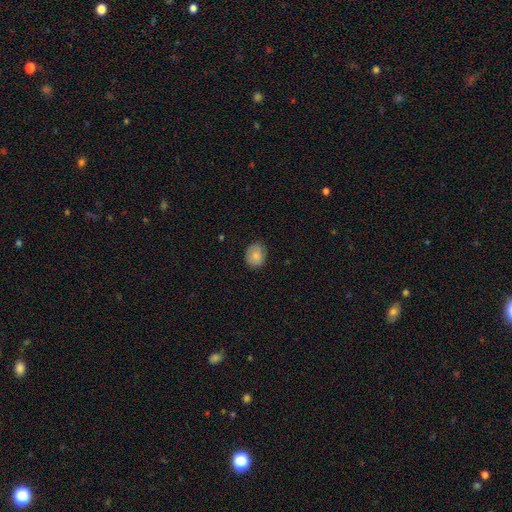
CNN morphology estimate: Smooth or featured: smooth — 84% (featured or disk — 8%)
How rounded: round — 57% (in between — 43%)
Merging: none — 80% (minor disturbance — 16%)